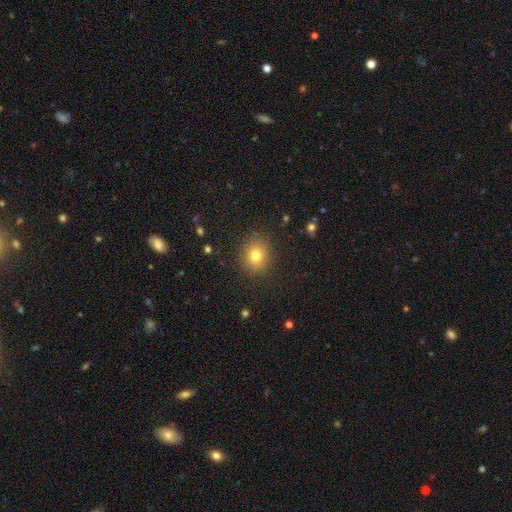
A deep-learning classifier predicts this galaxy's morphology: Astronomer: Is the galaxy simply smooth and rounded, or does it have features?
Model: smooth — 78%.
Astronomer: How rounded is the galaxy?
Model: round — 74%.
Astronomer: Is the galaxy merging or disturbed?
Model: none — 87%.